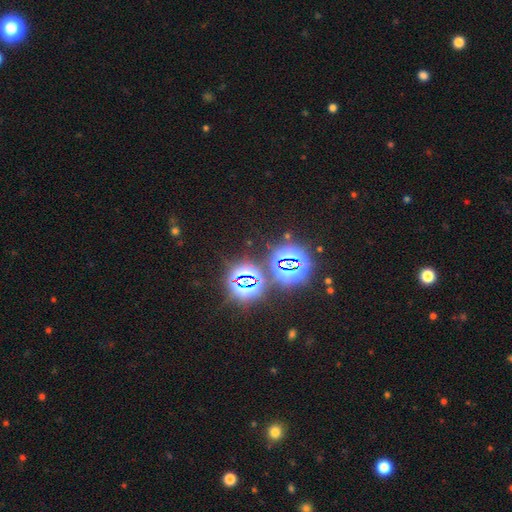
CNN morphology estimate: Q: Smooth or featured?
A: star or artifact (80%); runner-up: smooth (14%)